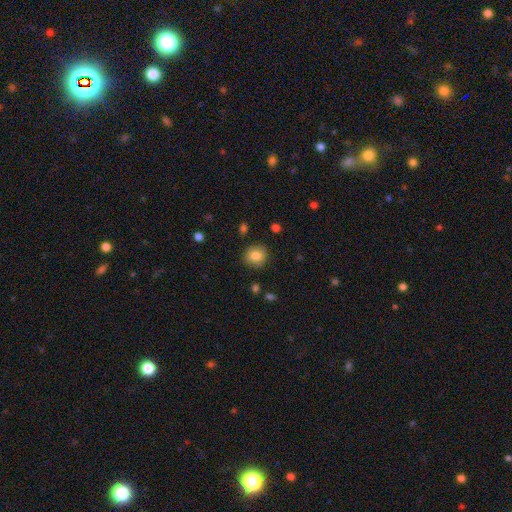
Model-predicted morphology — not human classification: Smooth or featured?
  - smooth: 82% *
  - star or artifact: 9%
  - featured or disk: 9%
How rounded?
  - round: 78% *
  - in between: 21%
  - cigar-shaped: 1%
Merging?
  - none: 86% *
  - minor disturbance: 10%
  - major disturbance: 3%
  - merger: 1%